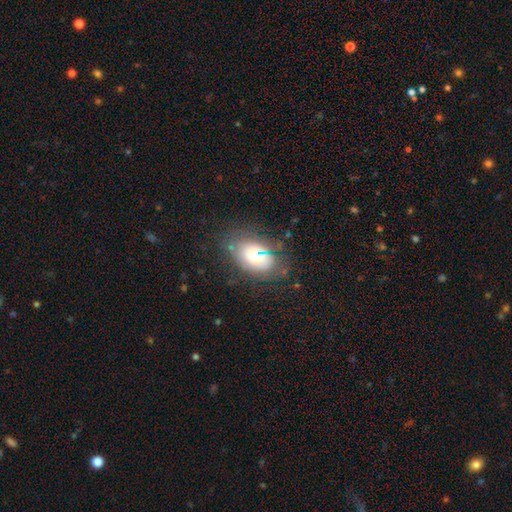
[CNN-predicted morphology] Q: Smooth or featured?
A: smooth (63%); runner-up: featured or disk (23%)
Q: How rounded?
A: in between (78%); runner-up: round (20%)
Q: Merging?
A: none (66%); runner-up: minor disturbance (21%)